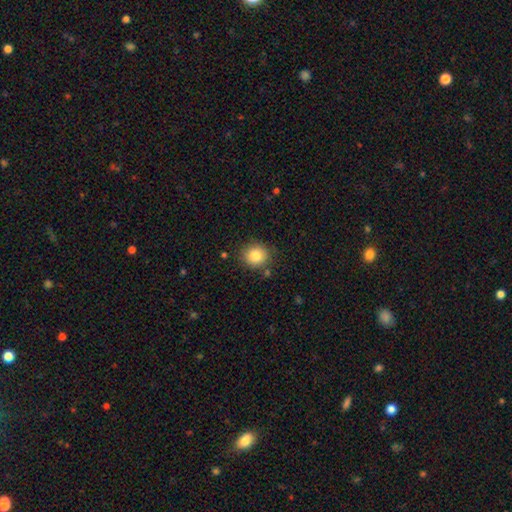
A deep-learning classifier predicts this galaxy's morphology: smooth_or_featured: smooth (p=0.83) [alt: star or artifact p=0.10]
how_rounded: round (p=0.87) [alt: in between p=0.12]
merging: none (p=0.86) [alt: minor disturbance p=0.09]